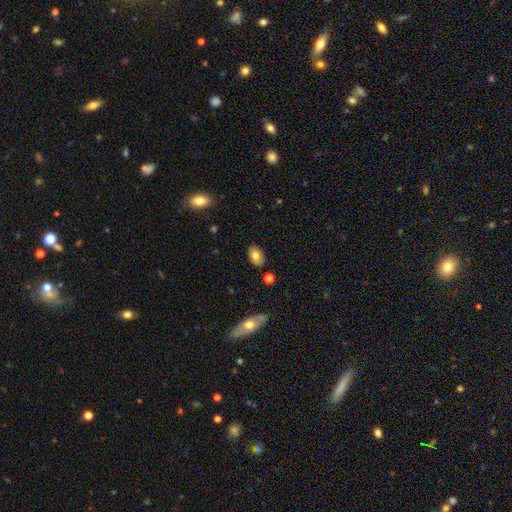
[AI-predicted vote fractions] The model was most divided on "smooth or featured": smooth: 75%, featured or disk: 18%, star or artifact: 8%. More confident: how rounded — in between (89%); merging — none (84%).